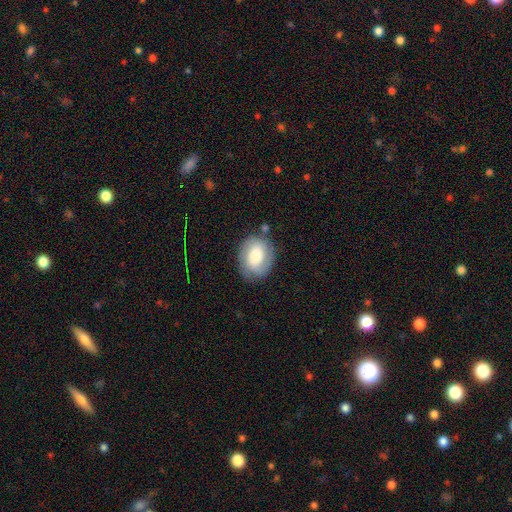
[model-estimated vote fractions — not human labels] Smooth or featured: featured or disk — 53% (smooth — 39%)
Edge-on disk: no — 97% (yes — 3%)
Bar: no — 53% (weak — 36%)
Spiral arms: yes — 86% (no — 14%)
Bulge size: large — 38% (moderate — 33%)
Merging: none — 73% (minor disturbance — 17%)